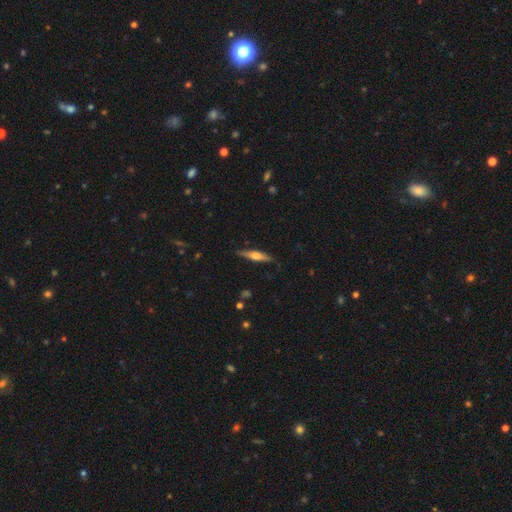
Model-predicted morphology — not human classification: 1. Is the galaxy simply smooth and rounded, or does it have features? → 54% featured or disk, 40% smooth, 6% star or artifact.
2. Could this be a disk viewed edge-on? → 95% yes, 5% no.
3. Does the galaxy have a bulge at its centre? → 81% rounded, 13% boxy, 6% none.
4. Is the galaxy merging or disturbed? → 84% none, 12% minor disturbance, 2% major disturbance, 1% merger.